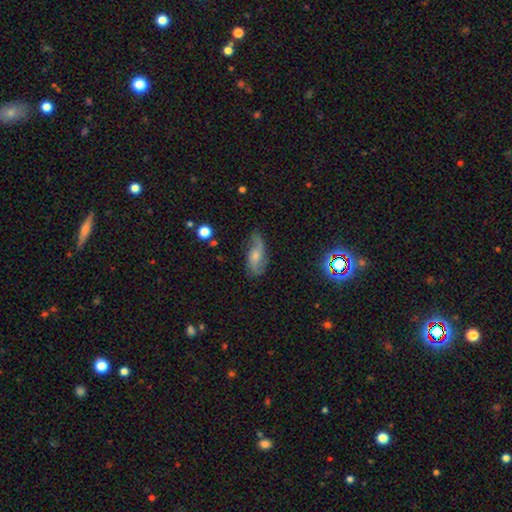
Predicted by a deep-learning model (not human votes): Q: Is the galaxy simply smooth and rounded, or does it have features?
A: featured or disk — 59%.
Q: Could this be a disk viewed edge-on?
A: no — 91%.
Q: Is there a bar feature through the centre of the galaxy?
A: no — 62%.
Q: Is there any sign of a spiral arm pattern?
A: yes — 89%.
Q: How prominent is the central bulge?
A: small — 43%, tied with moderate.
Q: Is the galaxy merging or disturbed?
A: none — 60%.